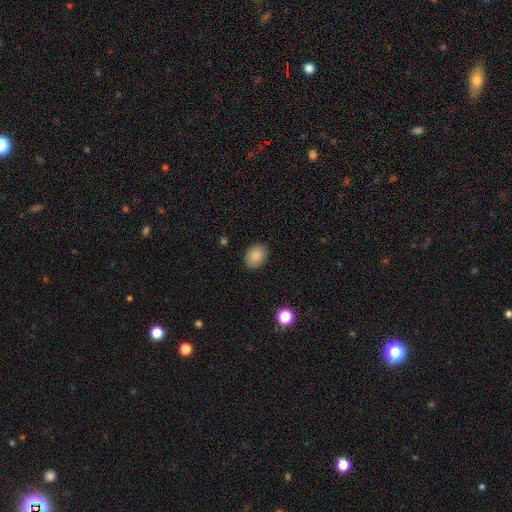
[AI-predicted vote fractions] This is clearly a smooth galaxy (87%). How rounded: likely in between (69%). Merging: clearly none (88%).